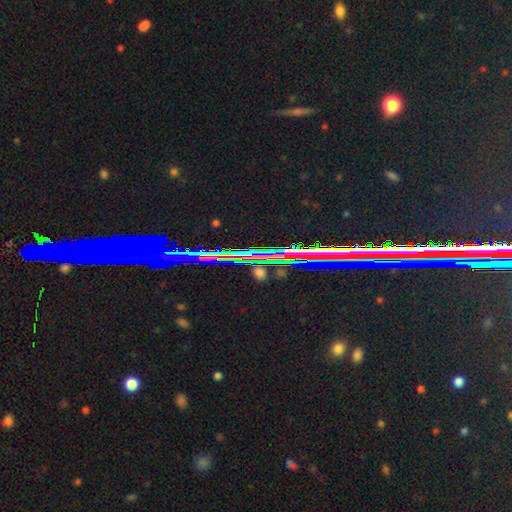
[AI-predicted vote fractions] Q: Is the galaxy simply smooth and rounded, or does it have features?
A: star or artifact — 75%.